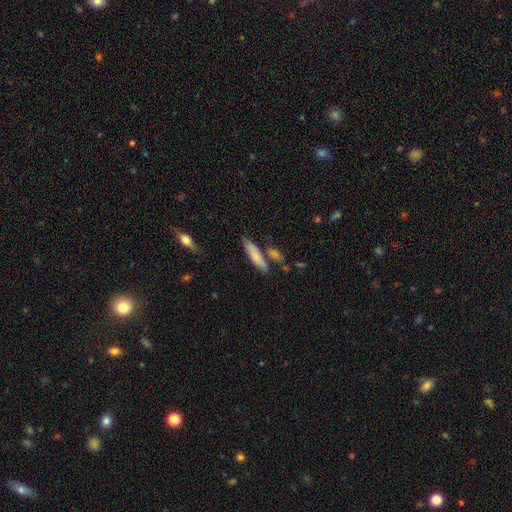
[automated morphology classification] smooth_or_featured: smooth (p=0.77) [alt: featured or disk p=0.17]
how_rounded: cigar-shaped (p=0.73) [alt: in between p=0.24]
merging: none (p=0.70) [alt: minor disturbance p=0.14]